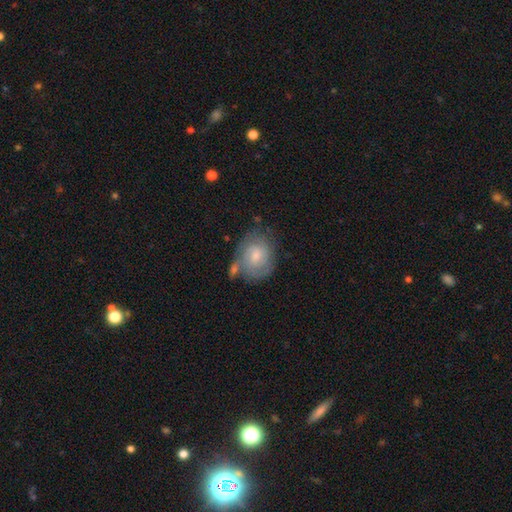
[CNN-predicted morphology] type=featured or disk (55%); edge-on=no (97%); bar=no (66%); spiral arms=yes (80%); bulge=moderate (44%, tied with small); merging=none (54%).